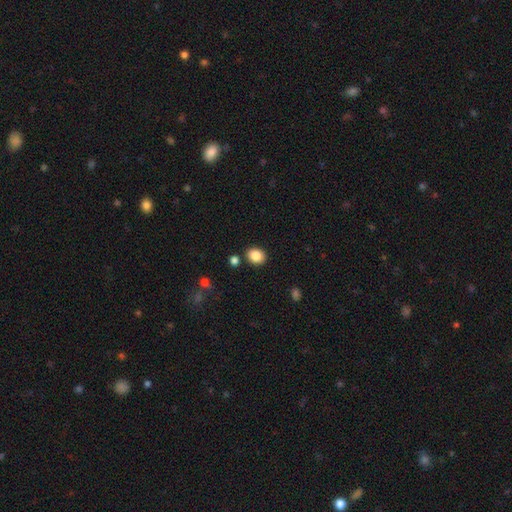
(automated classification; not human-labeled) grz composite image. It shows a smooth galaxy with no disk features (87%) that is round (55%). Merging: none (84%).